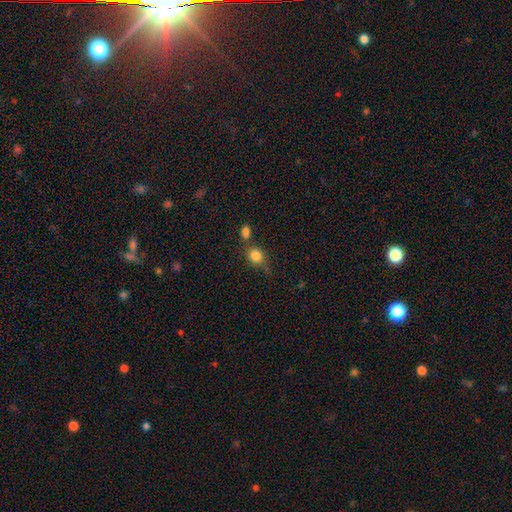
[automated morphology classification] A smooth galaxy with no disk features (83%) that is round (69%).

Vote fractions:
- Smooth or featured? smooth: 83% / star or artifact: 10% / featured or disk: 7%
- How rounded? round: 69% / in between: 30% / cigar-shaped: 1%
- Merging? none: 56% / merger: 20% / minor disturbance: 18% / major disturbance: 6%